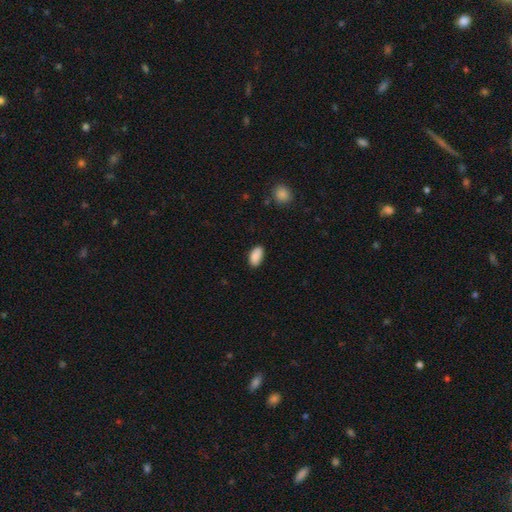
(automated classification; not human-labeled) Q: Smooth or featured?
A: smooth (89%); runner-up: star or artifact (7%)
Q: How rounded?
A: in between (93%); runner-up: cigar-shaped (4%)
Q: Merging?
A: none (83%); runner-up: minor disturbance (13%)